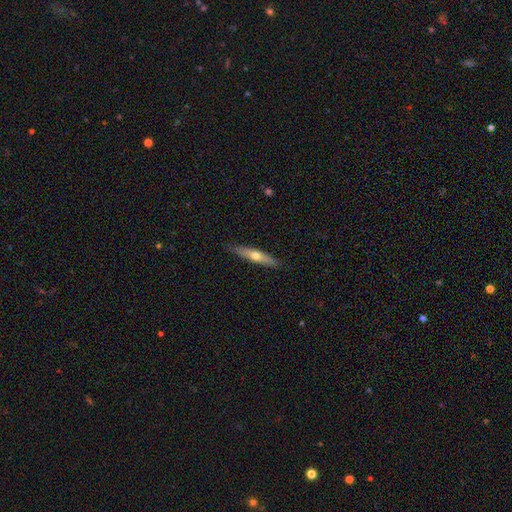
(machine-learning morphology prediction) smooth_or_featured: smooth (p=0.48) [alt: featured or disk p=0.46]
merging: none (p=0.87) [alt: minor disturbance p=0.10]